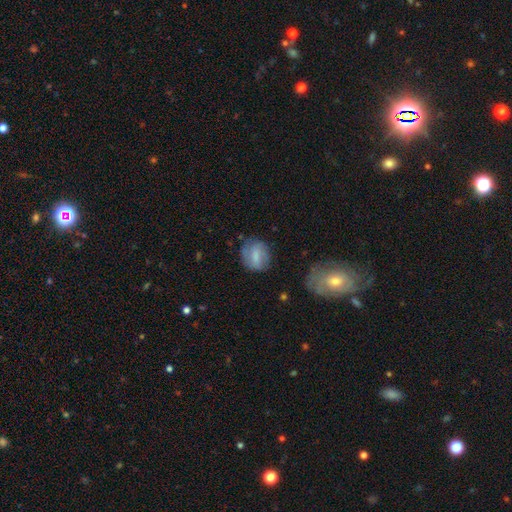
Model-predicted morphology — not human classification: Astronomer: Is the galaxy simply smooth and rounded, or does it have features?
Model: smooth — 60%.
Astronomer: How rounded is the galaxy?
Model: round — 49% (runner-up: in between, 48%).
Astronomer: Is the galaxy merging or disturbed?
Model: none — 69%.